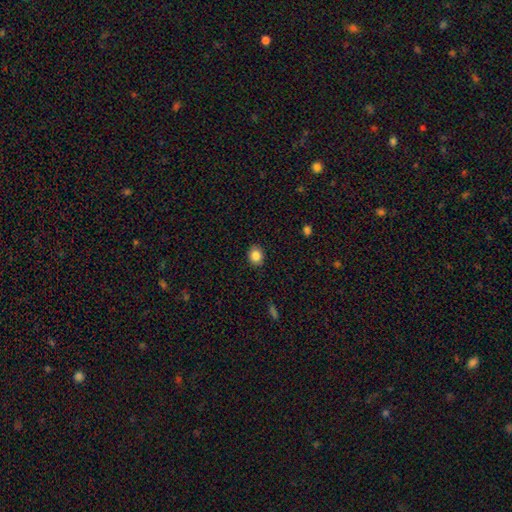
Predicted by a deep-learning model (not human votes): Smooth or featured? Predicted: smooth (p=0.86). How rounded? Predicted: round (p=0.59). Merging? Predicted: none (p=0.89).